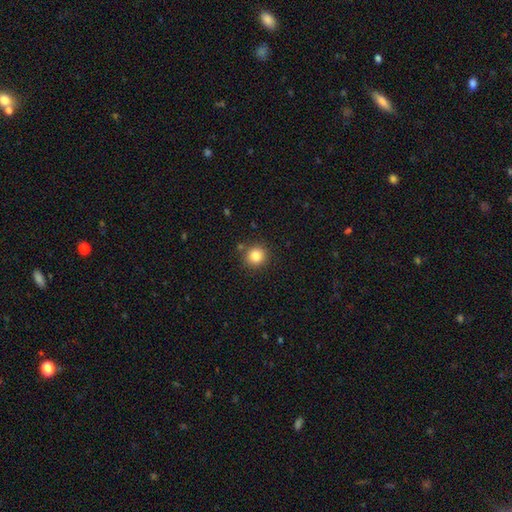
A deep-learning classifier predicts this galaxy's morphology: Smooth or featured? smooth (83%)
How rounded? round (91%)
Merging? none (86%)